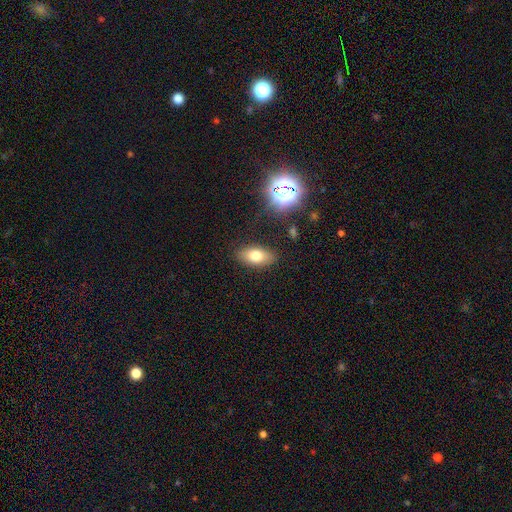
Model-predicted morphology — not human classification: Smooth or featured? smooth (74%)
How rounded? in between (87%)
Merging? none (85%)